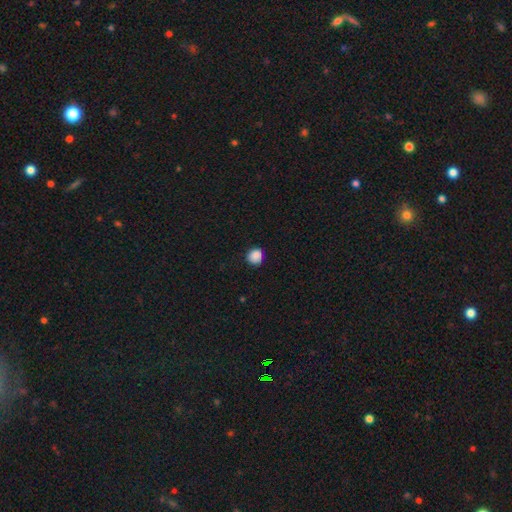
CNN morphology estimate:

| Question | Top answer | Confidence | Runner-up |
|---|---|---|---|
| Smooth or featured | smooth | 87% | star or artifact (10%) |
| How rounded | round | 87% | in between (12%) |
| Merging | none | 83% | minor disturbance (13%) |